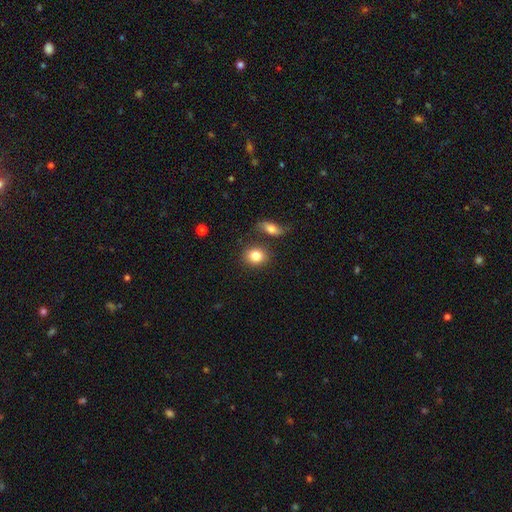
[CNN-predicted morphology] A smooth galaxy with no disk features (83%) that is round (60%).

Vote fractions:
- Smooth or featured? smooth: 83% / star or artifact: 9% / featured or disk: 8%
- How rounded? round: 60% / in between: 39% / cigar-shaped: 1%
- Merging? none: 75% / minor disturbance: 11% / merger: 10% / major disturbance: 3%